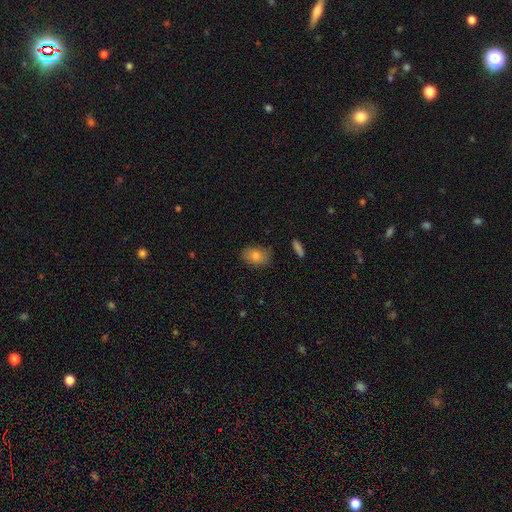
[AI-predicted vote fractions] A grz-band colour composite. It shows a smooth galaxy with no disk features (79%) that is in between round and cigar-shaped (77%). Merging: none (81%).